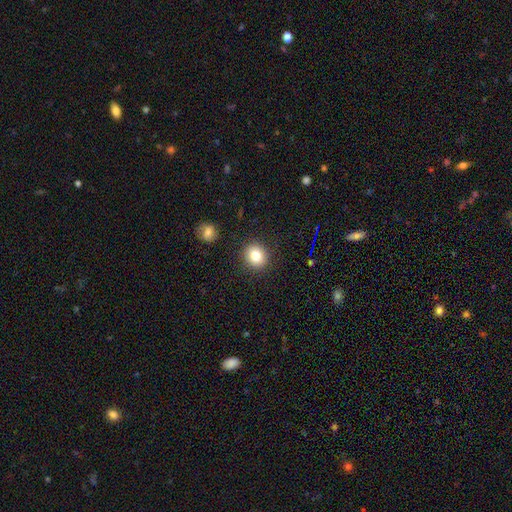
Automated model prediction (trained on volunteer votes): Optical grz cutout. It shows a smooth galaxy with no disk features (82%) that is round (75%). Merging: none (88%).